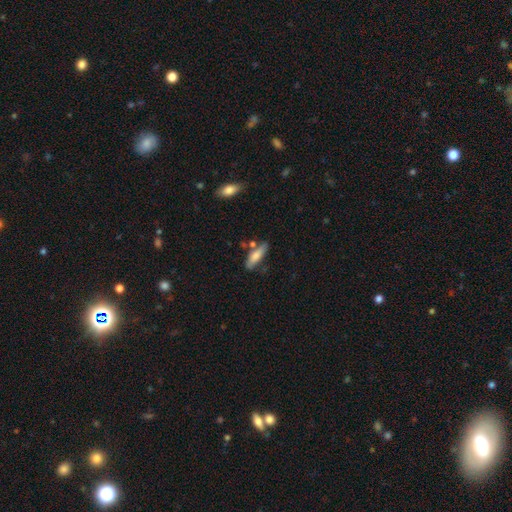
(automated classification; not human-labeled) smooth_or_featured: smooth (p=0.74) [alt: featured or disk p=0.20]
how_rounded: cigar-shaped (p=0.53) [alt: in between p=0.45]
merging: none (p=0.69) [alt: minor disturbance p=0.18]